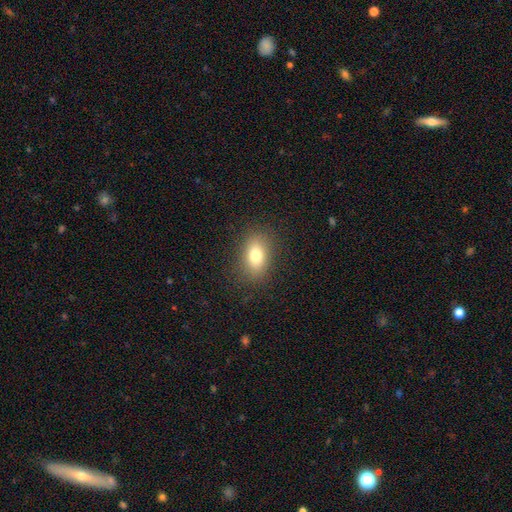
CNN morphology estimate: smooth 78%, featured or disk 11%, star or artifact 10%. Down the decision tree: how rounded — in between (83%); merging — none (86%).